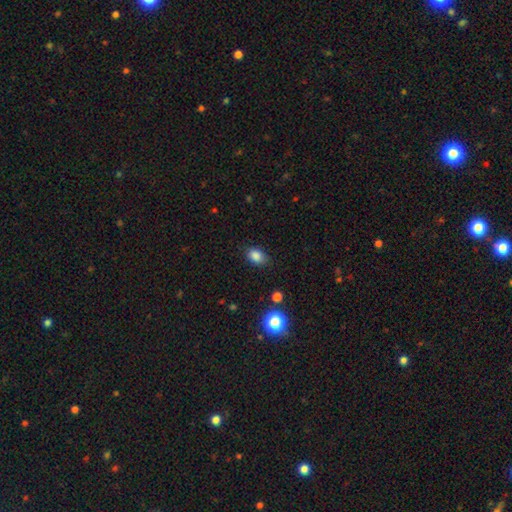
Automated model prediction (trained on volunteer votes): Smooth or featured? Predicted: smooth (p=0.85). How rounded? Predicted: in between (p=0.78). Merging? Predicted: none (p=0.81).